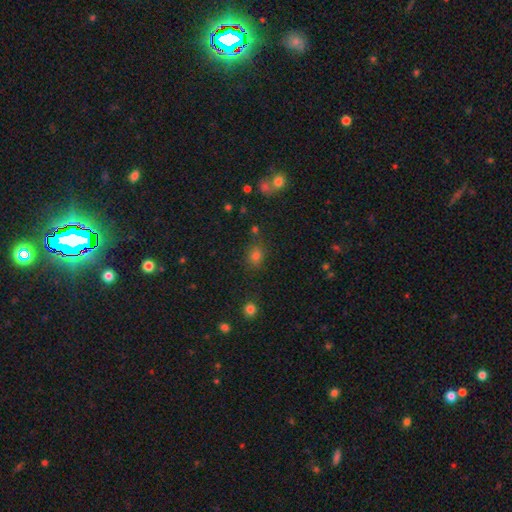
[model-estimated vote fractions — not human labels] This appears to be a smooth galaxy with no disk features (73%) that is round (58%). Merging: none (79%).